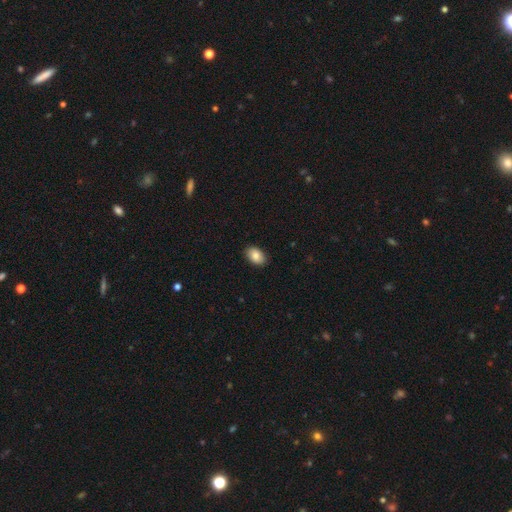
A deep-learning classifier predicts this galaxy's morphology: smooth_or_featured: smooth (p=0.86) [alt: star or artifact p=0.07]
how_rounded: in between (p=0.88) [alt: round p=0.11]
merging: none (p=0.90) [alt: minor disturbance p=0.08]